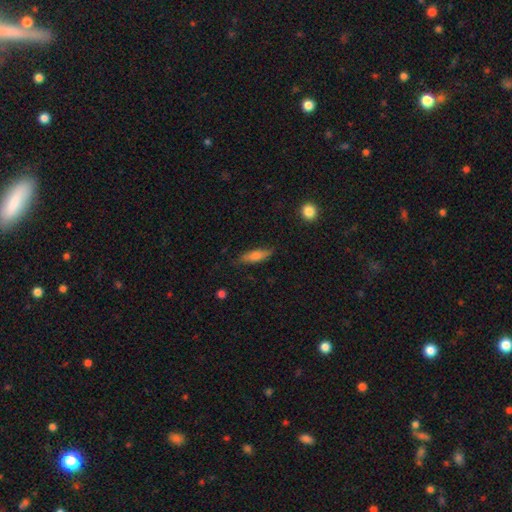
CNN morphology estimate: A smooth galaxy with no disk features (62%) that is cigar-shaped (65%).

Vote fractions:
- Smooth or featured? smooth: 62% / featured or disk: 31% / star or artifact: 8%
- How rounded? cigar-shaped: 65% / in between: 32% / round: 3%
- Merging? none: 81% / minor disturbance: 15% / major disturbance: 3% / merger: 1%